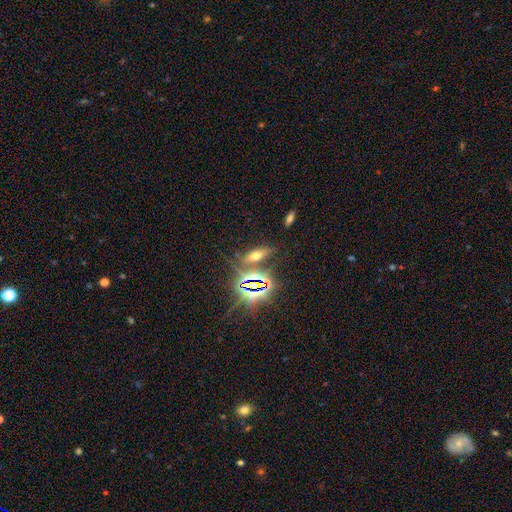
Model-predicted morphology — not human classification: This appears to be a smooth galaxy with no disk features (42%). Merging: none (76%).